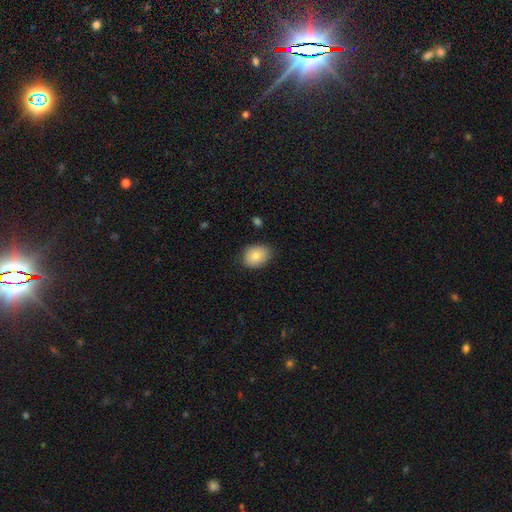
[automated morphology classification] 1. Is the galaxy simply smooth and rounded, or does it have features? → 82% smooth, 10% featured or disk, 8% star or artifact.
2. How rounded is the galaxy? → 64% in between, 35% round, 1% cigar-shaped.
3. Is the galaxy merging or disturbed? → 78% none, 17% minor disturbance, 3% major disturbance, 1% merger.